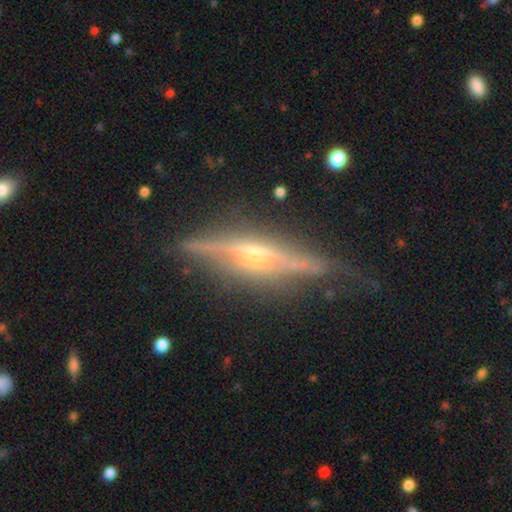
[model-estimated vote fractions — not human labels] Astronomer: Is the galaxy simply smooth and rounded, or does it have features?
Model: featured or disk — 87%.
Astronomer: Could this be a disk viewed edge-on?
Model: yes — 96%.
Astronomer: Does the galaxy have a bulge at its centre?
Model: rounded — 79%.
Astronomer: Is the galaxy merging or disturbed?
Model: none — 77%.